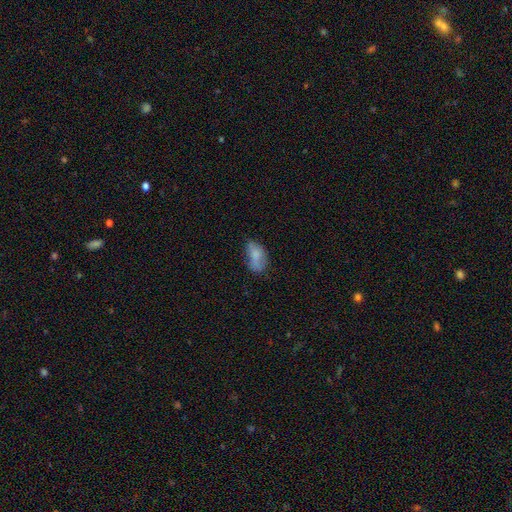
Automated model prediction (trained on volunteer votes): A smooth galaxy with no disk features (72%) that is in between round and cigar-shaped (90%).

Vote fractions:
- Smooth or featured? smooth: 72% / featured or disk: 18% / star or artifact: 10%
- How rounded? in between: 90% / round: 6% / cigar-shaped: 3%
- Merging? none: 44% / minor disturbance: 31% / major disturbance: 17% / merger: 8%